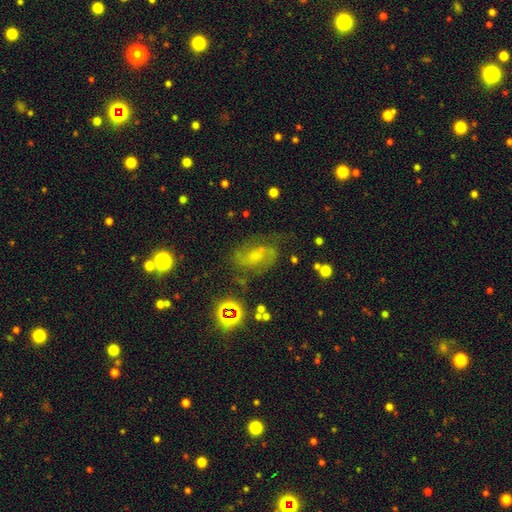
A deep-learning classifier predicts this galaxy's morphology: featured or disk 64%, smooth 18%, star or artifact 18%. Down the decision tree: edge-on disk — no (97%); bar — weak (46%); spiral arms — yes (90%); spiral arm count — 2 (79%); spiral winding — medium (53%); bulge size — small (41%); merging — none (61%).